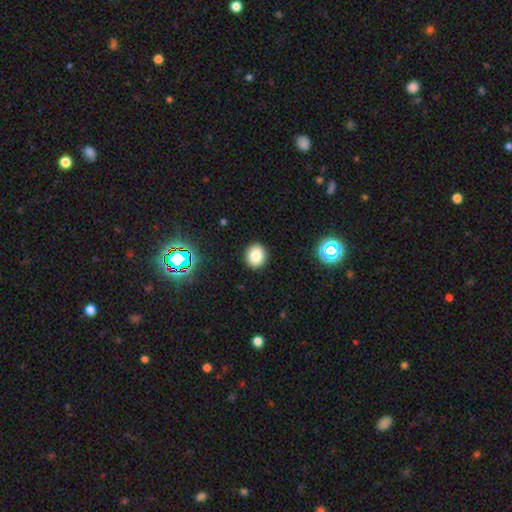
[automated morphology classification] smooth_or_featured: smooth (p=0.81) [alt: star or artifact p=0.13]
how_rounded: round (p=0.73) [alt: in between p=0.26]
merging: none (p=0.91) [alt: minor disturbance p=0.06]